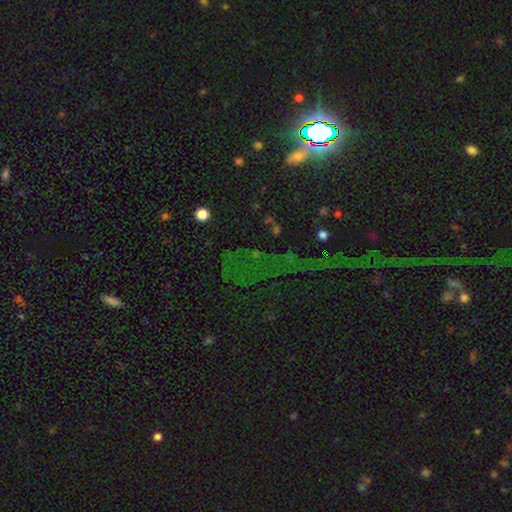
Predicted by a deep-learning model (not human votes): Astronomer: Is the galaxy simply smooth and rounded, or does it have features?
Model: star or artifact — 77%.